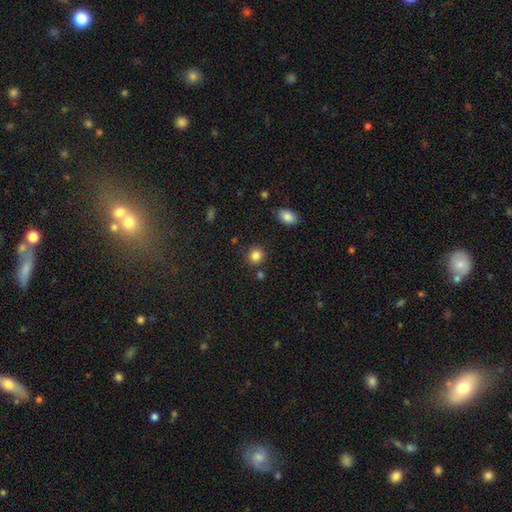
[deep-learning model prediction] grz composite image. It shows a smooth galaxy with no disk features (85%) that is round (85%). Merging: none (85%).